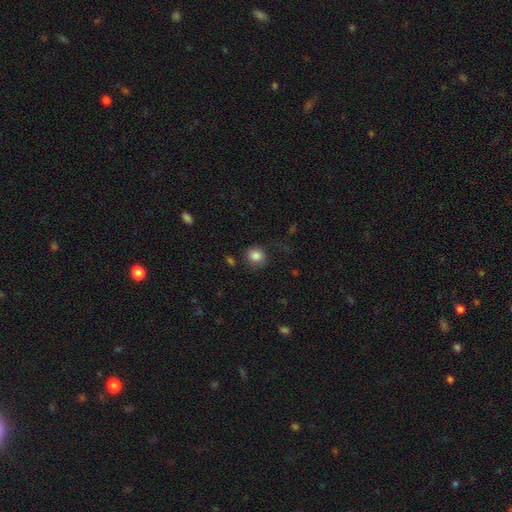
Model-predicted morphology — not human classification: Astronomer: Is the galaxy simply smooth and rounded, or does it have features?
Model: smooth — 84%.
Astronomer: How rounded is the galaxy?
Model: round — 80%.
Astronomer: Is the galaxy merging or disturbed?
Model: none — 74%.